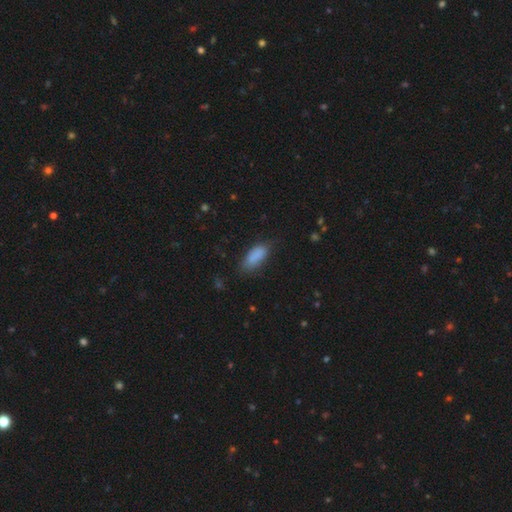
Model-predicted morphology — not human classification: Smooth or featured? Predicted: smooth (p=0.86). How rounded? Predicted: in between (p=0.81). Merging? Predicted: none (p=0.71).